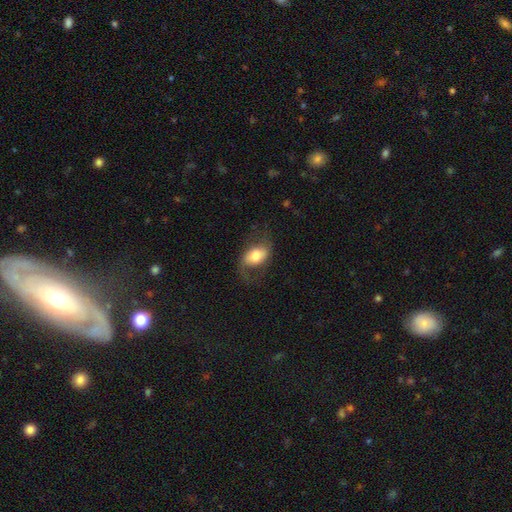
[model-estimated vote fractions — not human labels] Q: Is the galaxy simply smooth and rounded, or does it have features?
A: smooth — 51%.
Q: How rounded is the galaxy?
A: in between — 84%.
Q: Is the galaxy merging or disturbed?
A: none — 58%.